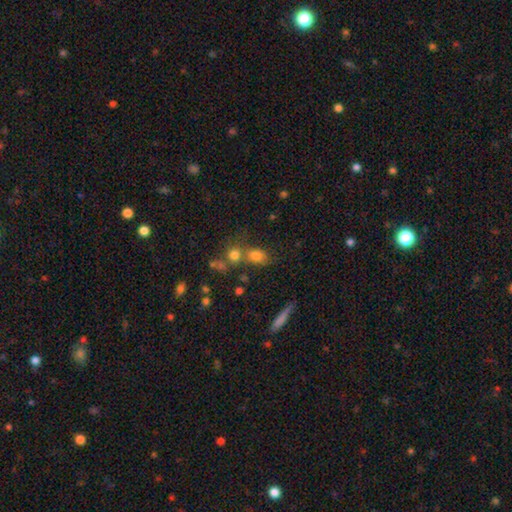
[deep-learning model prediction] smooth-or-featured: smooth: 75% | star or artifact: 14% | featured or disk: 11%
  how-rounded: in between: 58% | round: 38% | cigar-shaped: 5%
  merging: none: 48% | merger: 36% | minor disturbance: 11% | major disturbance: 5%